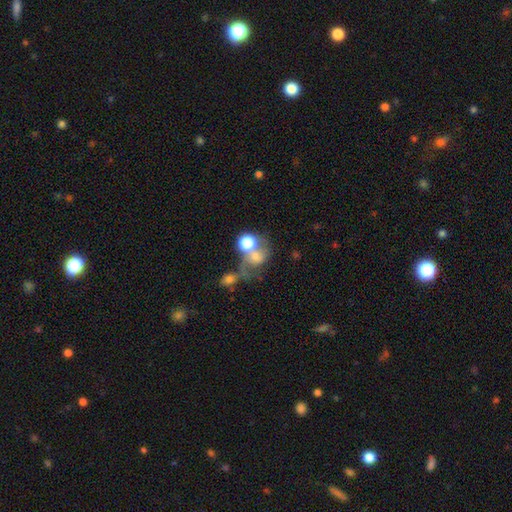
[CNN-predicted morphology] Smooth or featured? Predicted: smooth (p=0.65). How rounded? Predicted: round (p=0.63). Merging? Predicted: merger (p=0.59).